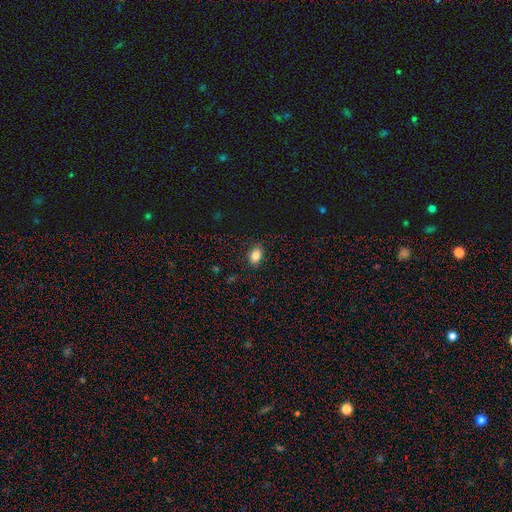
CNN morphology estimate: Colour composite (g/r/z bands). It shows a smooth galaxy with no disk features (84%) that is in between round and cigar-shaped (77%). Merging: none (87%).